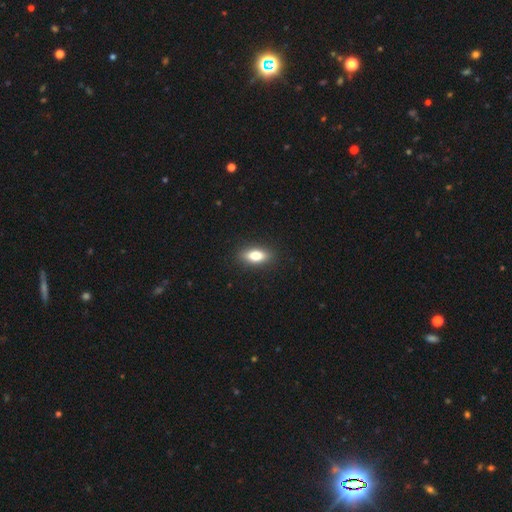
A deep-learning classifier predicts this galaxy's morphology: smooth 76%, featured or disk 16%, star or artifact 8%. Down the decision tree: how rounded — in between (79%); merging — none (89%).